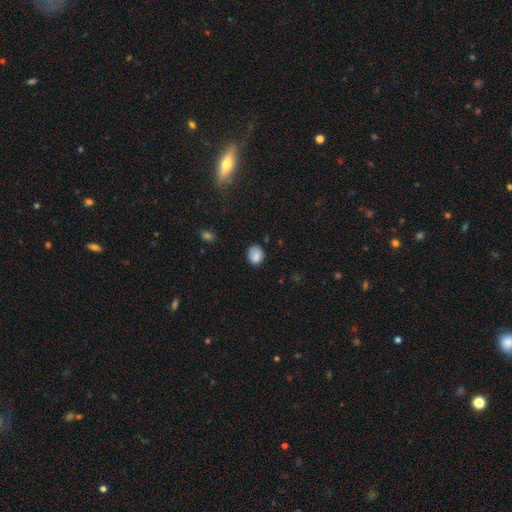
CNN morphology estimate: Smooth or featured: smooth — 82% (star or artifact — 9%)
How rounded: round — 56% (in between — 43%)
Merging: none — 72% (minor disturbance — 22%)